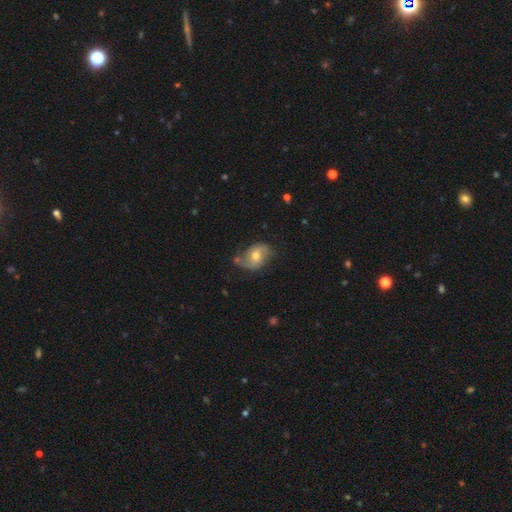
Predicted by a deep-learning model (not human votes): smooth_or_featured: featured or disk (p=0.70) [alt: smooth p=0.23]
disk_edge_on: no (p=0.97) [alt: yes p=0.03]
bar: no (p=0.54) [alt: weak p=0.38]
has_spiral_arms: yes (p=0.90) [alt: no p=0.10]
spiral_winding: loose (p=0.45) [alt: medium p=0.40]
spiral_arm_count: 2 (p=0.83) [alt: can't tell p=0.07]
bulge_size: moderate (p=0.65) [alt: small p=0.27]
merging: none (p=0.61) [alt: minor disturbance p=0.25]